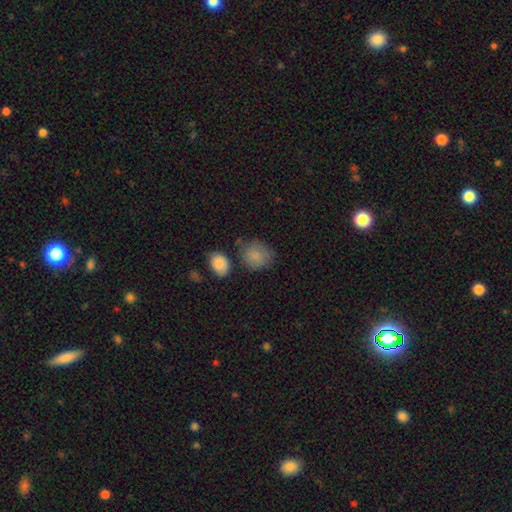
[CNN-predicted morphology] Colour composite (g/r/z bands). It shows a smooth galaxy with no disk features (84%) that is round (66%). Merging: none (59%).